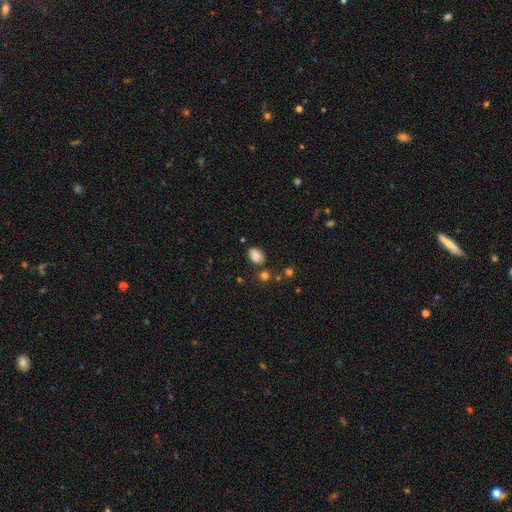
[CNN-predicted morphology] smooth_or_featured: smooth (p=0.85) [alt: star or artifact p=0.11]
how_rounded: in between (p=0.71) [alt: round p=0.28]
merging: none (p=0.79) [alt: minor disturbance p=0.13]